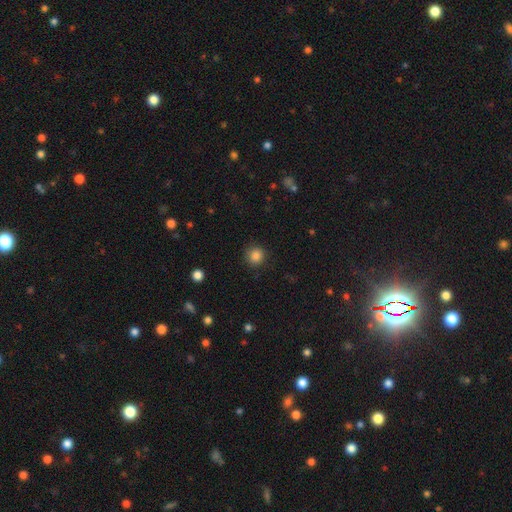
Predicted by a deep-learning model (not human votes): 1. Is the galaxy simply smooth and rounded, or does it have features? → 85% smooth, 11% star or artifact, 4% featured or disk.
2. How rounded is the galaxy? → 91% round, 8% in between, 1% cigar-shaped.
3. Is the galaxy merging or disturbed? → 87% none, 9% minor disturbance, 3% major disturbance, 1% merger.